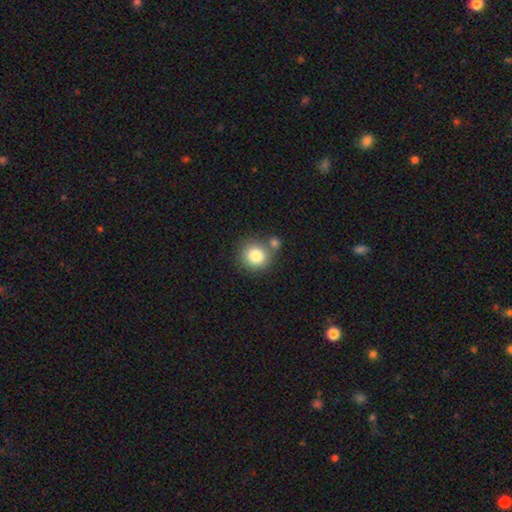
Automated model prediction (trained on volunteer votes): Smooth or featured? smooth (82%)
How rounded? round (88%)
Merging? none (63%)